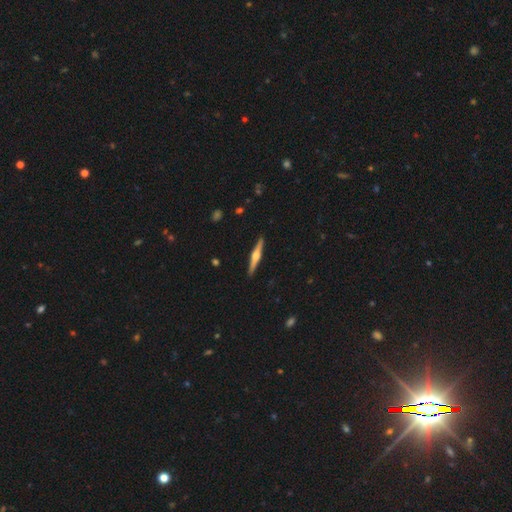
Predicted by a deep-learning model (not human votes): Q: Smooth or featured?
A: featured or disk (75%); runner-up: smooth (20%)
Q: Edge-on disk?
A: yes (98%); runner-up: no (2%)
Q: Edge-on bulge?
A: rounded (91%); runner-up: boxy (6%)
Q: Merging?
A: none (92%); runner-up: minor disturbance (6%)